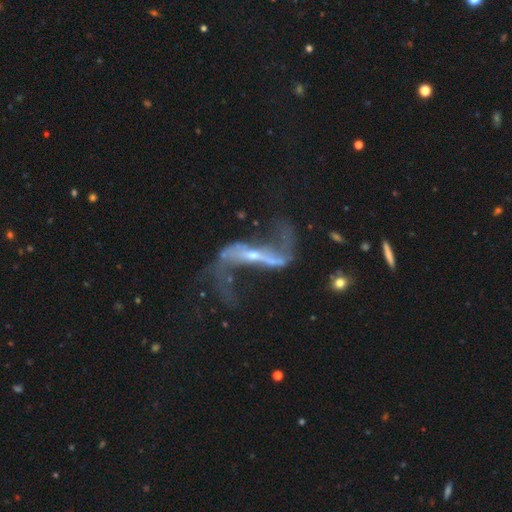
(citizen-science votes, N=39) This appears to be a featured or disk galaxy (87%) with a strong bar (65%), 2 (100%) loose (94%) spiral arms (100%) and a small central bulge (71%). Merging: none (59%).